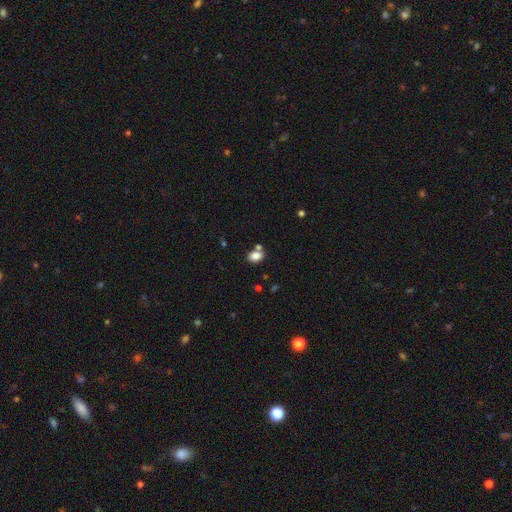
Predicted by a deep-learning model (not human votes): This appears to be a smooth galaxy with no disk features (83%) that is in between round and cigar-shaped (72%). Merging: none (65%).